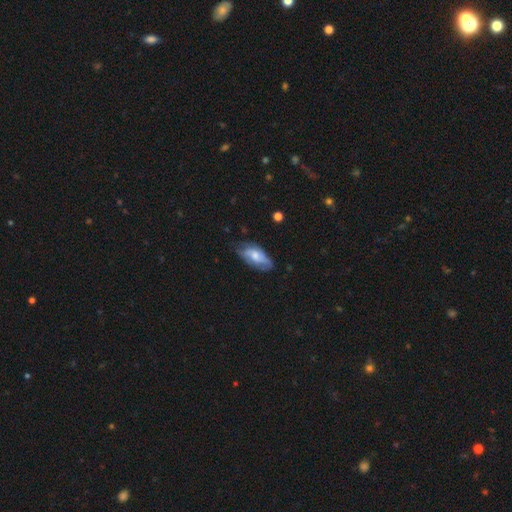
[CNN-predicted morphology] This is possibly a smooth galaxy (54%). How rounded: clearly in between (87%). Merging: possibly none (54%).